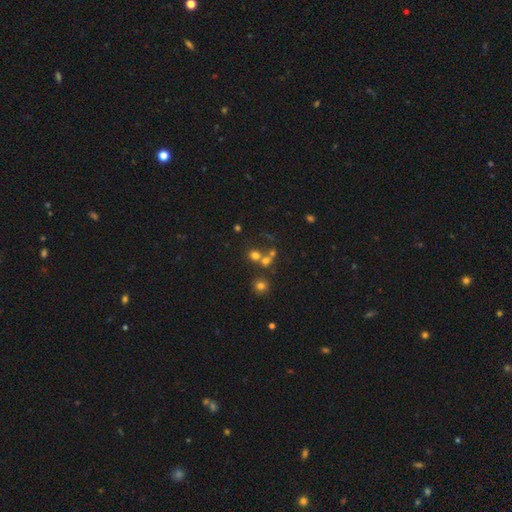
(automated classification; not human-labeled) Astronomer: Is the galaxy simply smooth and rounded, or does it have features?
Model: smooth — 65%.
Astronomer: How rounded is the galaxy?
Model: round — 81%.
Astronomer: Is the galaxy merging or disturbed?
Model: none — 49% (runner-up: merger, 38%).